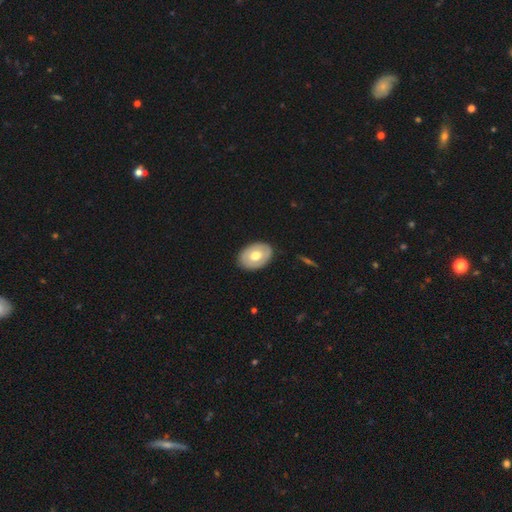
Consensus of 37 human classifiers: A smooth galaxy with no disk features (59%) that is in between round and cigar-shaped (64%). Merging: none (89%).